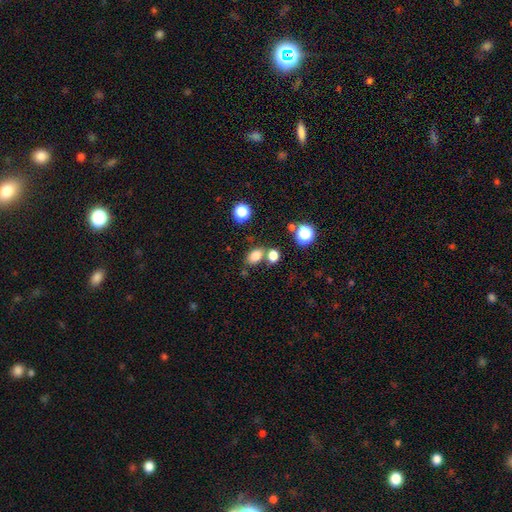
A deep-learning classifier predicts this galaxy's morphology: Smooth or featured? smooth (79%)
How rounded? in between (78%)
Merging? none (64%)